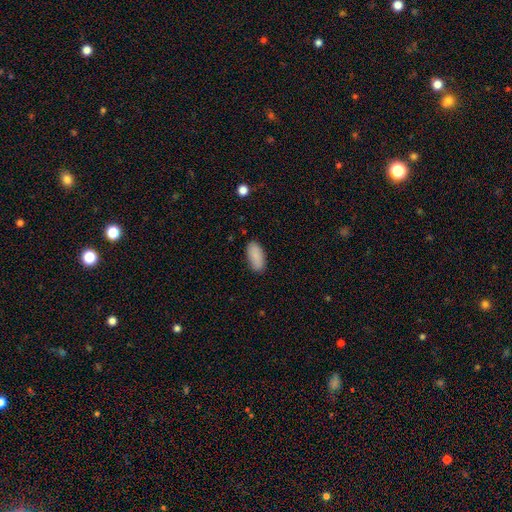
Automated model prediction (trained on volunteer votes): This appears to be a smooth galaxy with no disk features (88%) that is in between round and cigar-shaped (89%). Merging: none (85%).